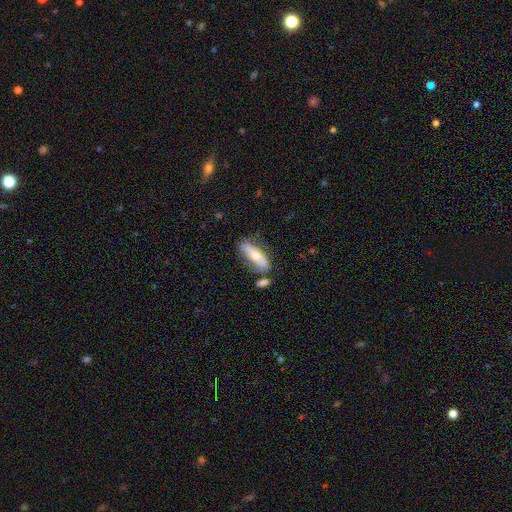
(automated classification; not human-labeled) A smooth galaxy with no disk features (52%) that is in between round and cigar-shaped (64%).

Vote fractions:
- Smooth or featured? smooth: 52% / featured or disk: 42% / star or artifact: 6%
- How rounded? in between: 64% / cigar-shaped: 34% / round: 3%
- Merging? none: 61% / minor disturbance: 21% / merger: 10% / major disturbance: 7%